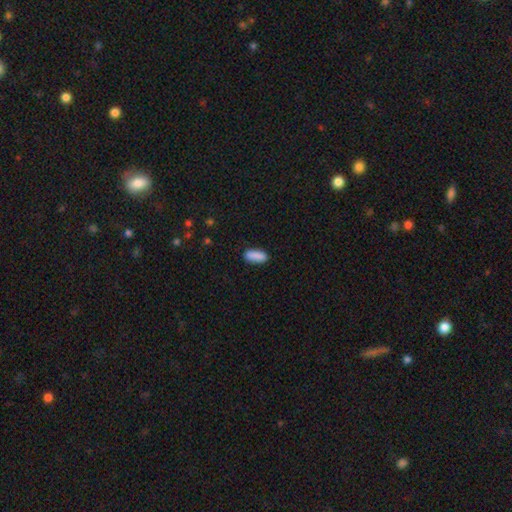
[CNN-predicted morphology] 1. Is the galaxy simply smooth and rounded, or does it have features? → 89% smooth, 7% star or artifact, 4% featured or disk.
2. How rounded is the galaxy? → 76% in between, 22% cigar-shaped, 2% round.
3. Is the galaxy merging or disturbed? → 86% none, 10% minor disturbance, 2% major disturbance, 1% merger.